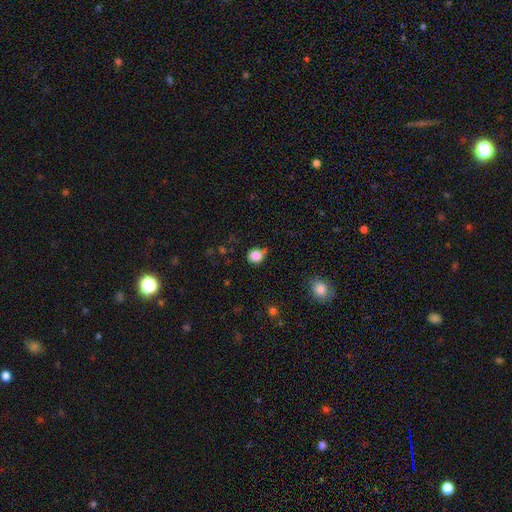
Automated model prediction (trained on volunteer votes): smooth_or_featured: smooth (p=0.85) [alt: star or artifact p=0.10]
how_rounded: round (p=0.80) [alt: in between p=0.19]
merging: none (p=0.60) [alt: minor disturbance p=0.29]